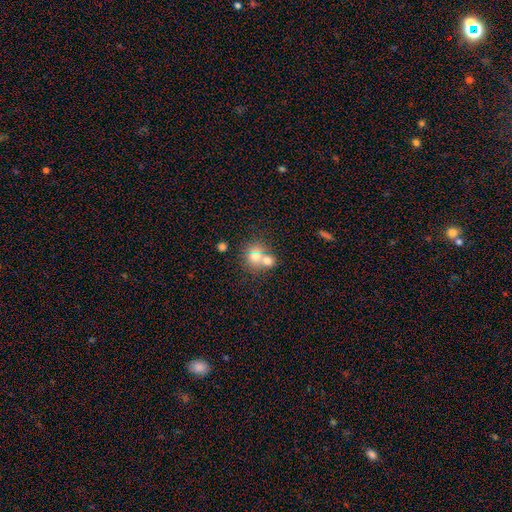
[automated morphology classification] Q: Smooth or featured?
A: smooth (71%); runner-up: featured or disk (18%)
Q: How rounded?
A: round (76%); runner-up: in between (23%)
Q: Merging?
A: merger (56%); runner-up: none (35%)